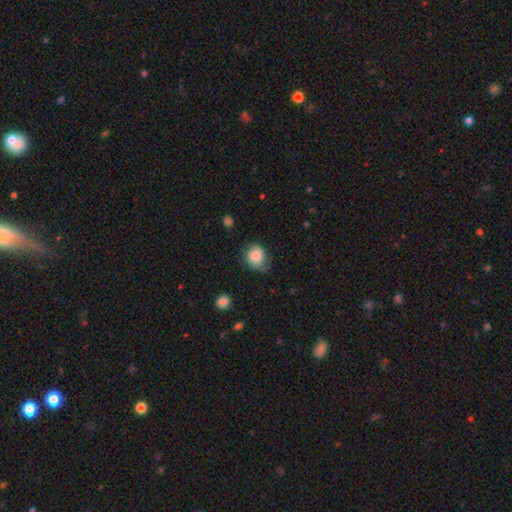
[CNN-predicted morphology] smooth-or-featured: smooth: 78% | featured or disk: 14% | star or artifact: 8%
  how-rounded: round: 61% | in between: 38% | cigar-shaped: 1%
  merging: none: 48% | minor disturbance: 37% | major disturbance: 13% | merger: 2%